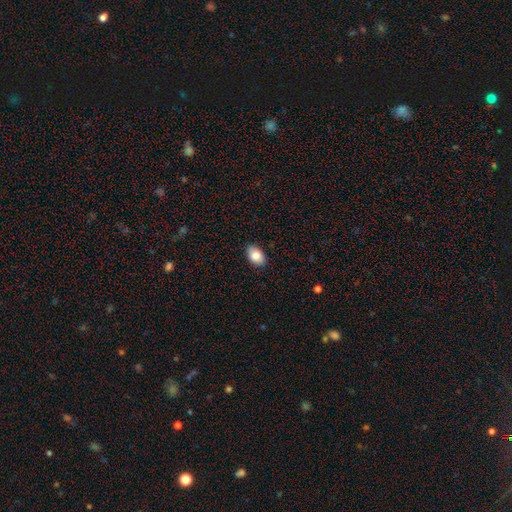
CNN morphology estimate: This is clearly a smooth galaxy (85%). How rounded: clearly in between (88%). Merging: clearly none (87%).